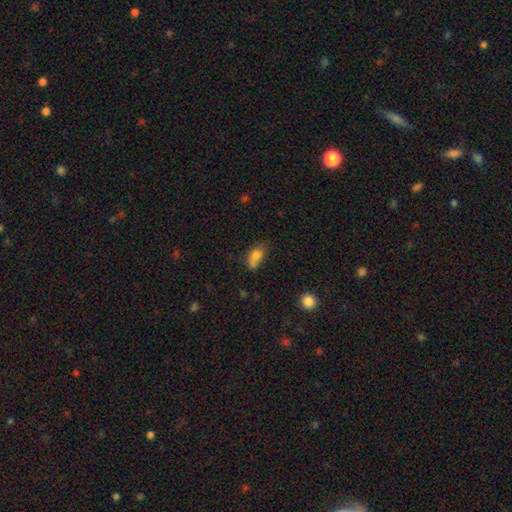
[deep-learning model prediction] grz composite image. It shows a smooth galaxy with no disk features (75%) that is in between round and cigar-shaped (69%). Merging: merger (41%).